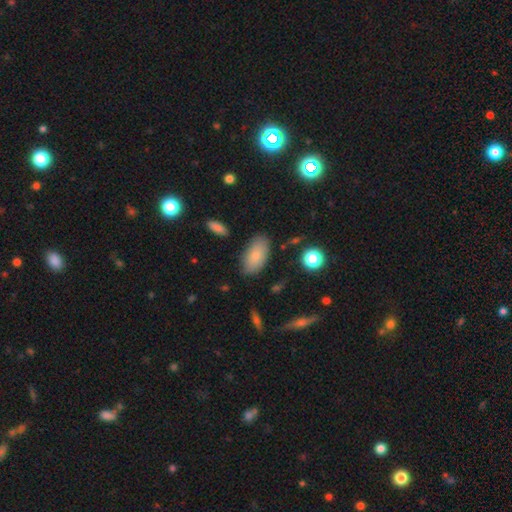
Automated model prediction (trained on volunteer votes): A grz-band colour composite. It shows a smooth galaxy with no disk features (79%) that is in between round and cigar-shaped (94%). Merging: none (80%).